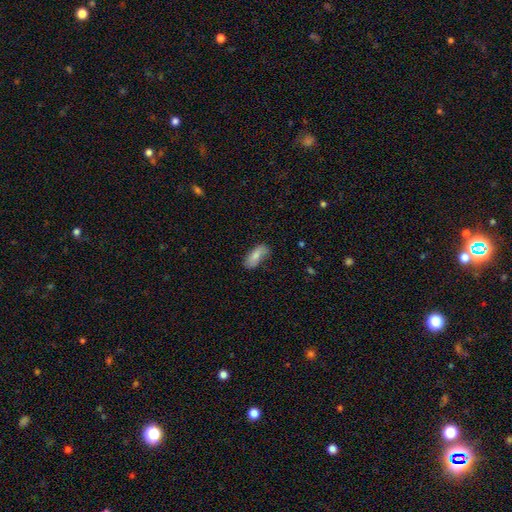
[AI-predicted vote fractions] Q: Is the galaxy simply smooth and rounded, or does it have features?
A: smooth — 79%.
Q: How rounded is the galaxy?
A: in between — 81%.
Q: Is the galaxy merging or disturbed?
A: none — 69%.